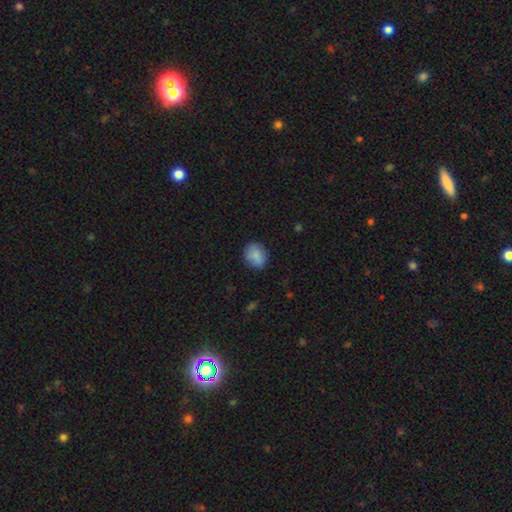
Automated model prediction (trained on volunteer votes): This appears to be a smooth galaxy with no disk features (84%) that is round (56%). Merging: none (80%).